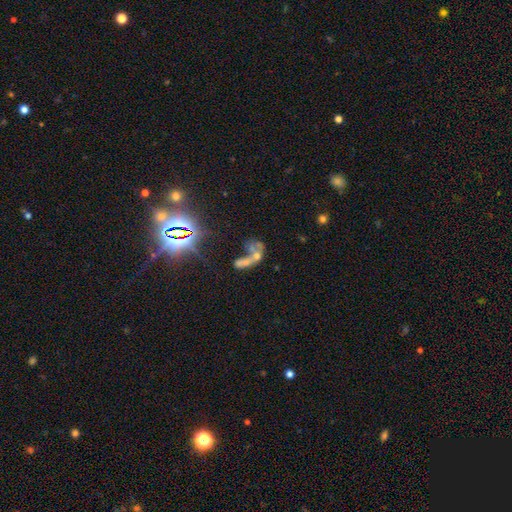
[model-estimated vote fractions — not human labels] Smooth or featured: featured or disk — 39% (star or artifact — 32%)
Merging: merger — 57% (major disturbance — 18%)